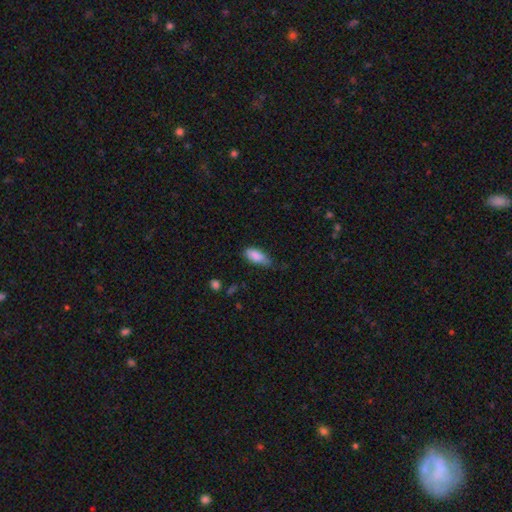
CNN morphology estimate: smooth-or-featured: smooth: 86% | featured or disk: 7% | star or artifact: 7%
  how-rounded: in between: 84% | cigar-shaped: 13% | round: 3%
  merging: none: 48% | minor disturbance: 40% | major disturbance: 9% | merger: 2%